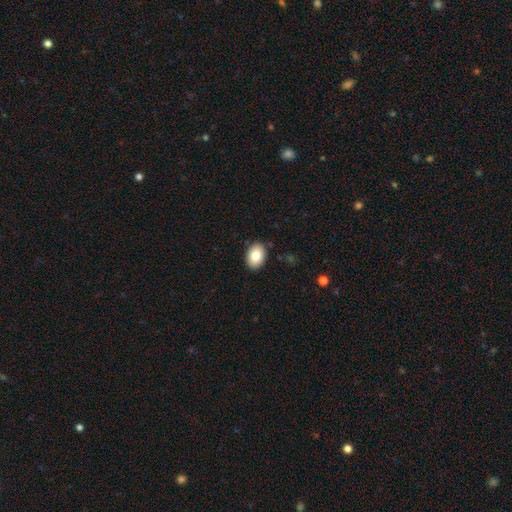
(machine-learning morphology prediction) type=smooth (83%); roundness=in between (79%); merging=none (88%).